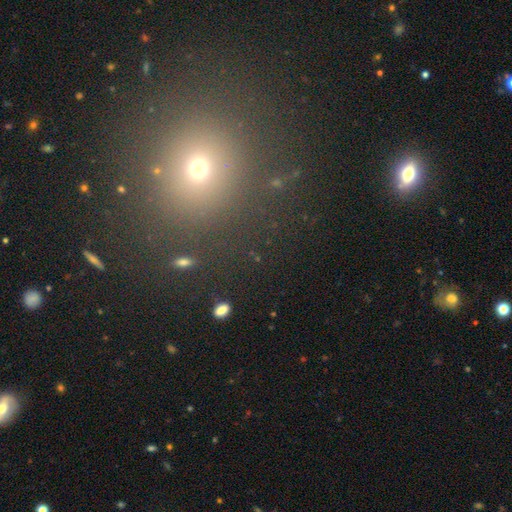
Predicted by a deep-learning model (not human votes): smooth 54%, star or artifact 37%, featured or disk 8%. Down the decision tree: how rounded — round (88%); merging — none (87%).